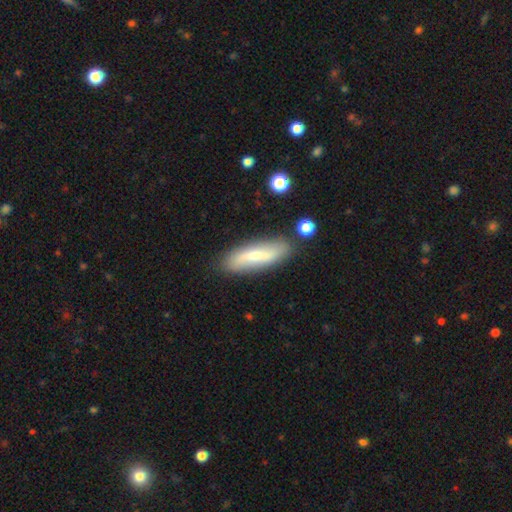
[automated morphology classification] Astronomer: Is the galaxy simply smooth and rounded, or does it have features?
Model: smooth — 54% (runner-up: featured or disk, 39%).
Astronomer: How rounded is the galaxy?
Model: cigar-shaped — 52% (runner-up: in between, 46%).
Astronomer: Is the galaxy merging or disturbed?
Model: none — 82%.